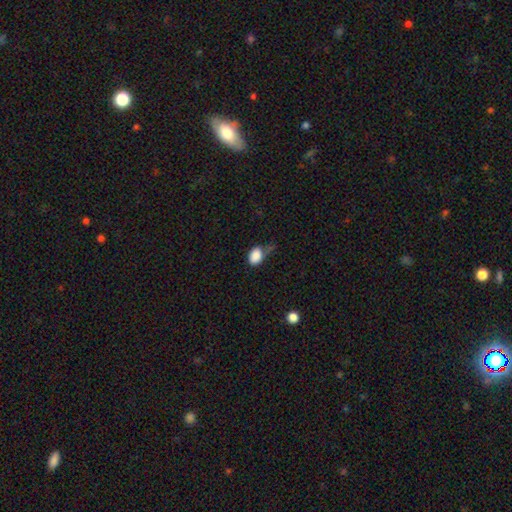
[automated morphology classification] type=smooth (87%); roundness=in between (81%); merging=none (42%).